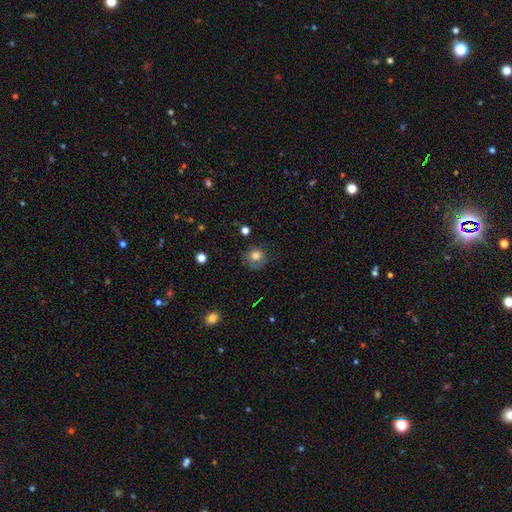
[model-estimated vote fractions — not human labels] This is likely a smooth galaxy (79%). How rounded: clearly round (83%). Merging: likely none (68%).